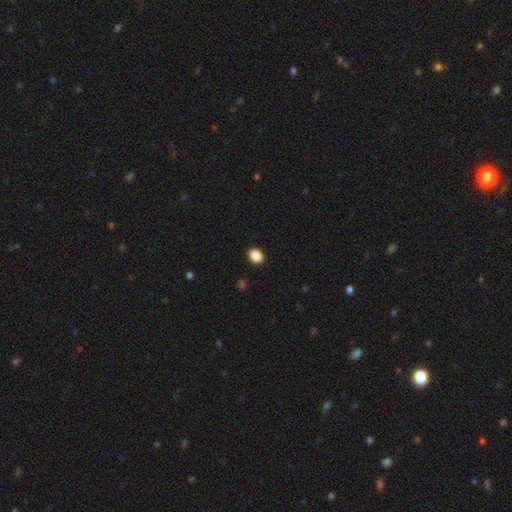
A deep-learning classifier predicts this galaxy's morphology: A smooth galaxy with no disk features (88%) that is round (58%).

Vote fractions:
- Smooth or featured? smooth: 88% / star or artifact: 9% / featured or disk: 3%
- How rounded? round: 58% / in between: 41% / cigar-shaped: 1%
- Merging? none: 91% / minor disturbance: 6% / major disturbance: 2% / merger: 1%